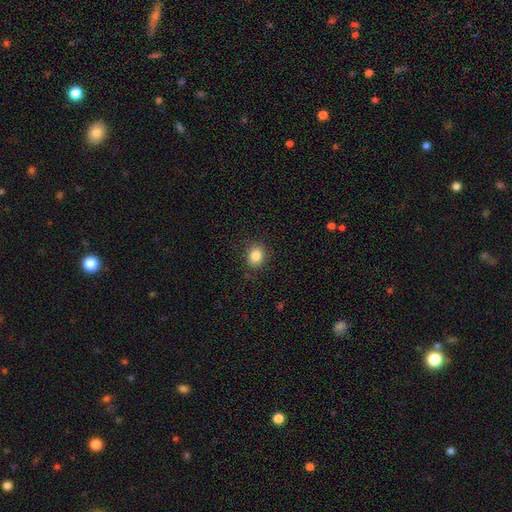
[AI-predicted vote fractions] Q: Smooth or featured?
A: smooth (84%); runner-up: star or artifact (10%)
Q: How rounded?
A: round (65%); runner-up: in between (34%)
Q: Merging?
A: none (87%); runner-up: minor disturbance (10%)